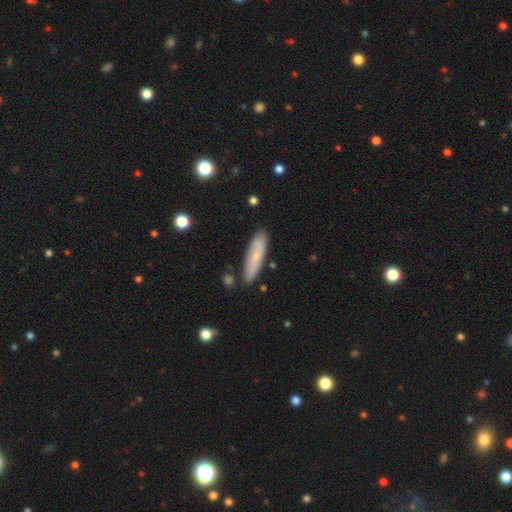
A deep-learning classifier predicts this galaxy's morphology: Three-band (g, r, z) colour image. It shows a smooth galaxy with no disk features (70%) that is cigar-shaped (74%). Merging: none (83%).